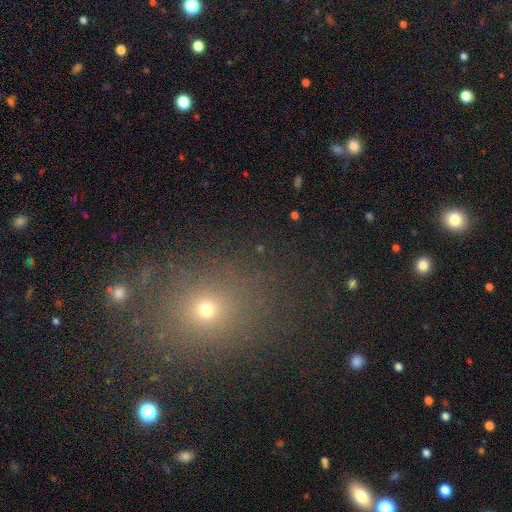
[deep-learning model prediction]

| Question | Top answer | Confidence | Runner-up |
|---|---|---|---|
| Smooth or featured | smooth | 55% | star or artifact (36%) |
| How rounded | round | 63% | in between (35%) |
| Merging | none | 84% | minor disturbance (9%) |